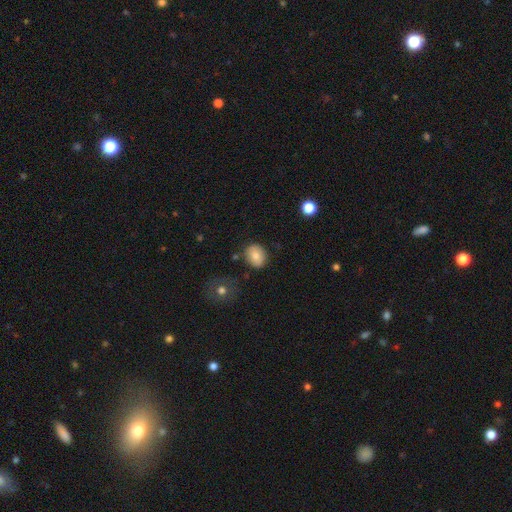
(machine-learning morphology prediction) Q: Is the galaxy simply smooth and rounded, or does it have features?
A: smooth — 81%.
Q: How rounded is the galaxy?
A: round — 54%.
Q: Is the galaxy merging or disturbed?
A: none — 81%.